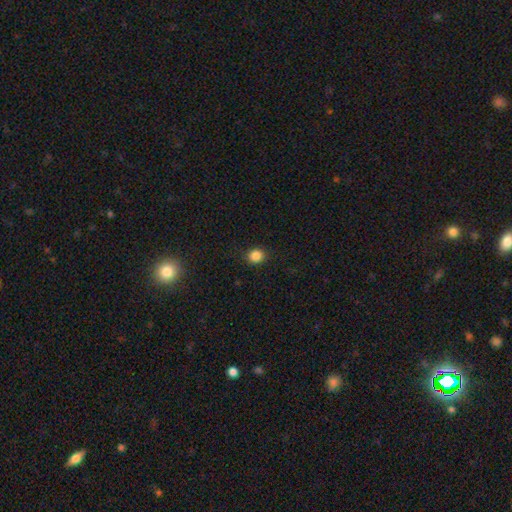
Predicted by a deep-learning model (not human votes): Smooth or featured?
  - smooth: 85% *
  - star or artifact: 11%
  - featured or disk: 4%
How rounded?
  - round: 83% *
  - in between: 16%
  - cigar-shaped: 1%
Merging?
  - none: 88% *
  - minor disturbance: 8%
  - major disturbance: 3%
  - merger: 1%